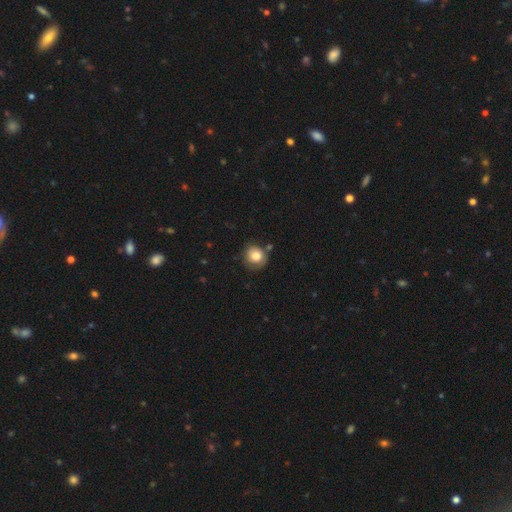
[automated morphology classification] This appears to be a smooth galaxy with no disk features (78%) that is round (84%). Merging: none (66%).